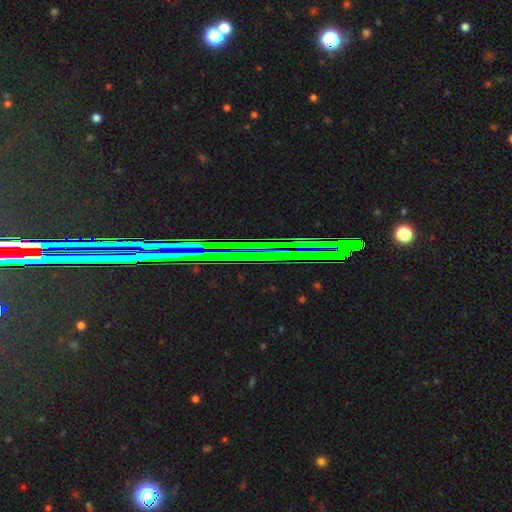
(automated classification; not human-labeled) This is clearly a star or artifact rather than a galaxy (82%).